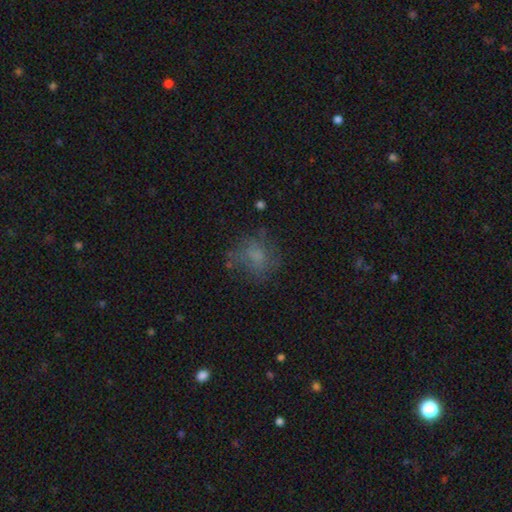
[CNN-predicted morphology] Smooth or featured?
  - smooth: 59% *
  - featured or disk: 25%
  - star or artifact: 16%
How rounded?
  - round: 67% *
  - in between: 32%
  - cigar-shaped: 1%
Merging?
  - none: 58% *
  - minor disturbance: 20%
  - major disturbance: 19%
  - merger: 3%